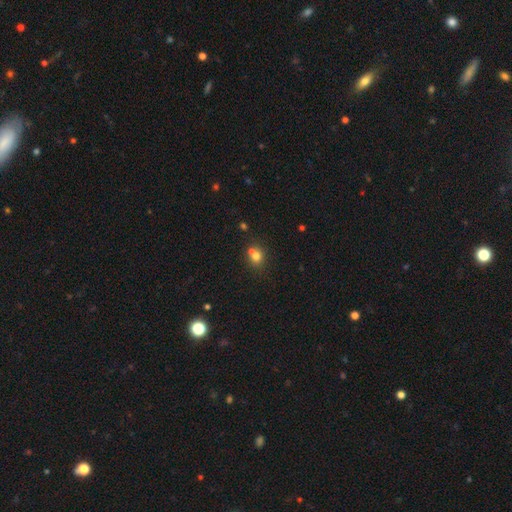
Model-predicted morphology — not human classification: A smooth galaxy with no disk features (73%) that is round (74%).

Vote fractions:
- Smooth or featured? smooth: 73% / star or artifact: 14% / featured or disk: 12%
- How rounded? round: 74% / in between: 25% / cigar-shaped: 1%
- Merging? none: 47% / merger: 41% / minor disturbance: 9% / major disturbance: 3%